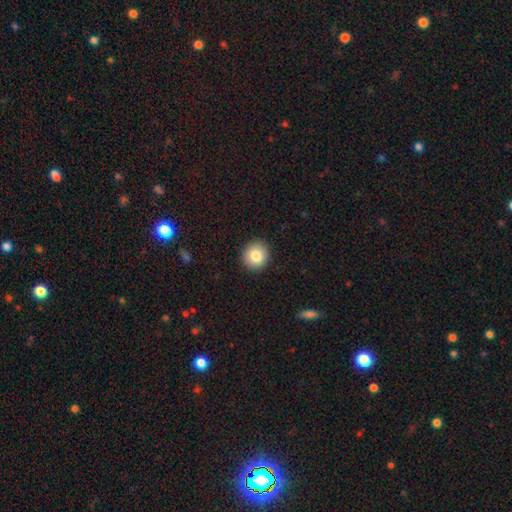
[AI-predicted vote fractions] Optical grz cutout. It shows a smooth galaxy with no disk features (83%) that is round (87%). Merging: none (92%).